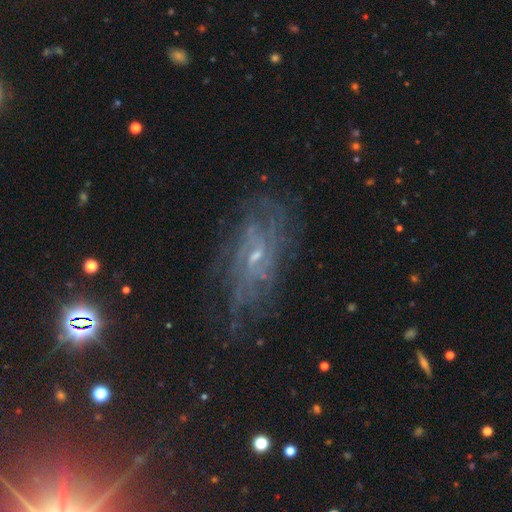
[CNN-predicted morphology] Smooth or featured? featured or disk (68%)
Edge-on disk? no (88%)
Bar? no (58%)
Spiral arms? yes (80%)
Bulge size? small (76%)
Merging? none (69%)